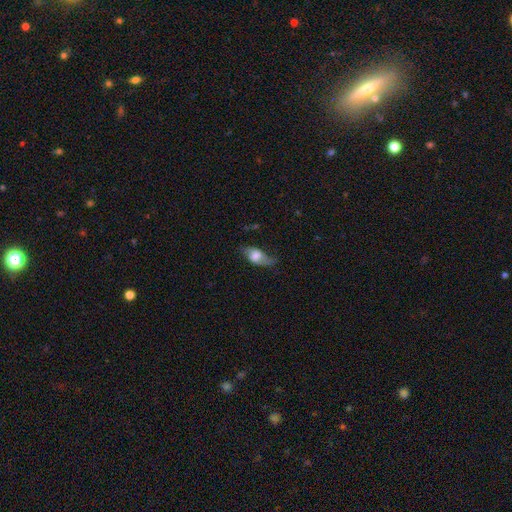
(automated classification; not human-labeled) smooth 61%, featured or disk 31%, star or artifact 8%. Down the decision tree: how rounded — in between (85%); merging — none (49%).